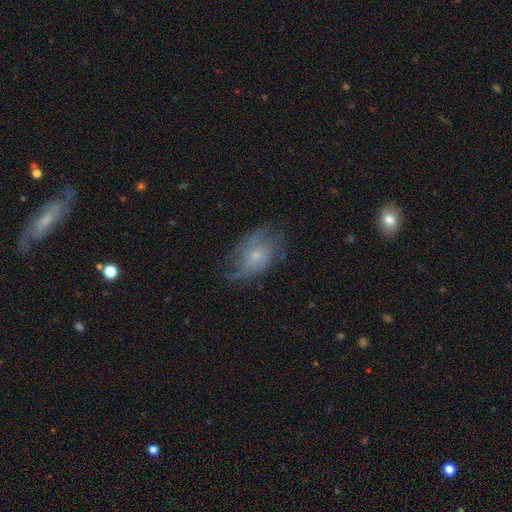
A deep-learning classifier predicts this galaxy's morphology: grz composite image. It shows a featured or disk galaxy (63%) with no bar (74%), spiral arms (82%) and a small central bulge (64%). Merging: none (60%).